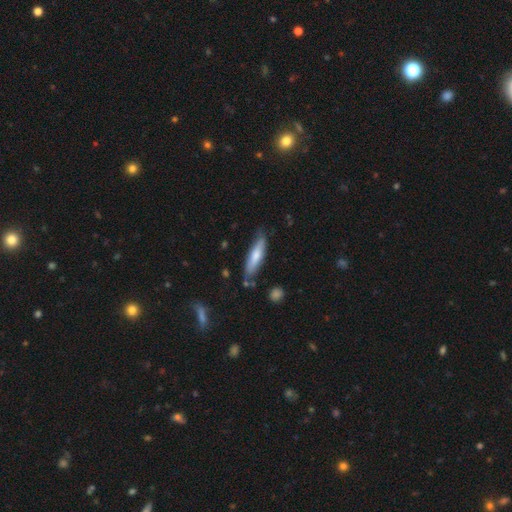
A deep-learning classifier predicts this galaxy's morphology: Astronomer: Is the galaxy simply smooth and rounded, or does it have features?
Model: smooth — 64%.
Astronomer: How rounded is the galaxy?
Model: cigar-shaped — 73%.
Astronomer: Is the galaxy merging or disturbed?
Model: none — 73%.